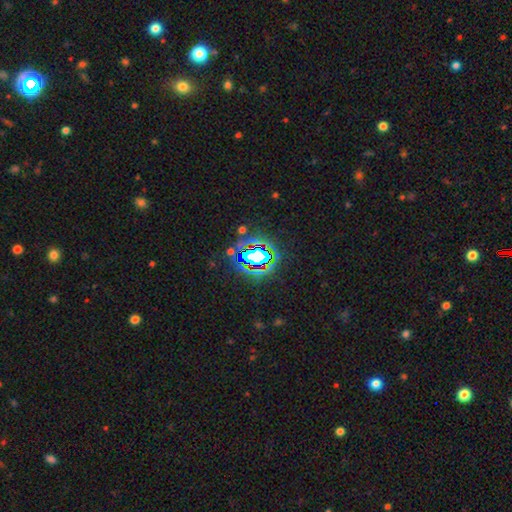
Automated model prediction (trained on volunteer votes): Smooth or featured? star or artifact (66%)